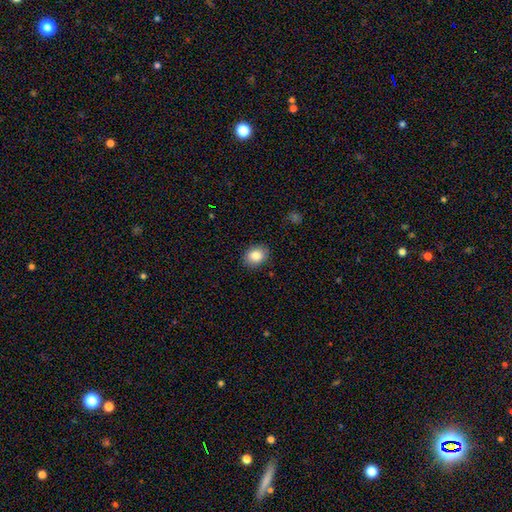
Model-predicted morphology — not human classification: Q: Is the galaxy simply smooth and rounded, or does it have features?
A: smooth — 85%.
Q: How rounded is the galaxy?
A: in between — 53%.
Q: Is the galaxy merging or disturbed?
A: none — 88%.